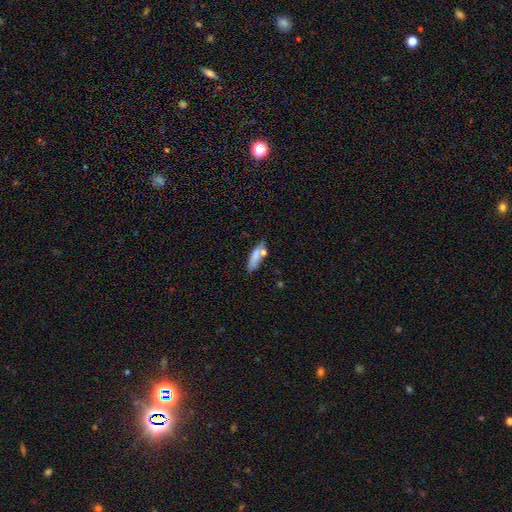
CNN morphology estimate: Q: Smooth or featured?
A: smooth (75%); runner-up: featured or disk (17%)
Q: How rounded?
A: cigar-shaped (54%); runner-up: in between (43%)
Q: Merging?
A: none (61%); runner-up: minor disturbance (17%)